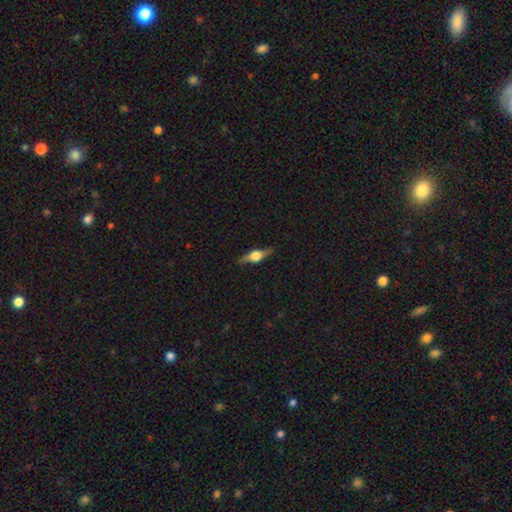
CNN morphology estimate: The model was most divided on "smooth or featured": featured or disk: 74%, smooth: 19%, star or artifact: 7%. More confident: edge-on disk — yes (96%); edge-on bulge — rounded (92%); merging — none (87%).